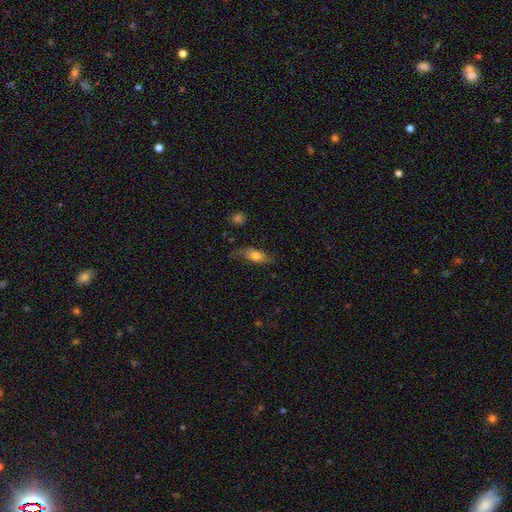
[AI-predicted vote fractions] smooth 67%, featured or disk 25%, star or artifact 8%. Down the decision tree: how rounded — in between (70%); merging — none (64%).